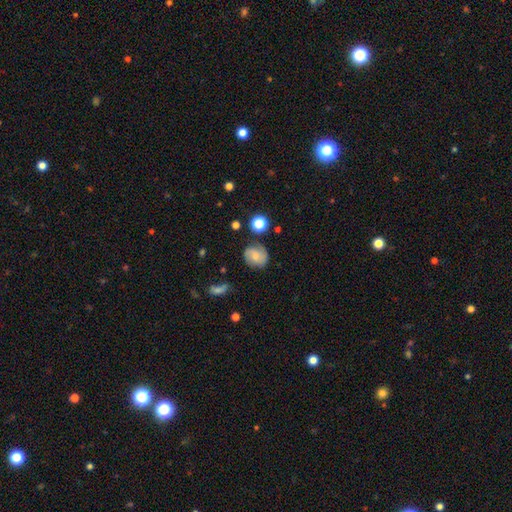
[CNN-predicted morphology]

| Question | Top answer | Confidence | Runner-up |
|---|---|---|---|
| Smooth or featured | smooth | 51% | featured or disk (40%) |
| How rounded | round | 63% | in between (36%) |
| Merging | none | 69% | minor disturbance (21%) |